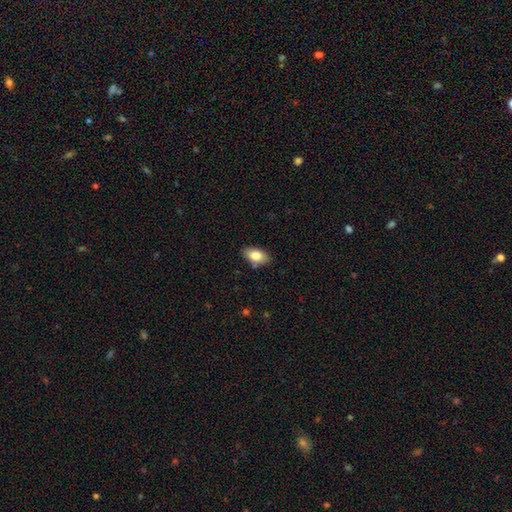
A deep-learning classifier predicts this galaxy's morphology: The model was most divided on "merging": none: 82%, minor disturbance: 13%, major disturbance: 2%, merger: 2%. More confident: how rounded — in between (91%); smooth or featured — smooth (82%).